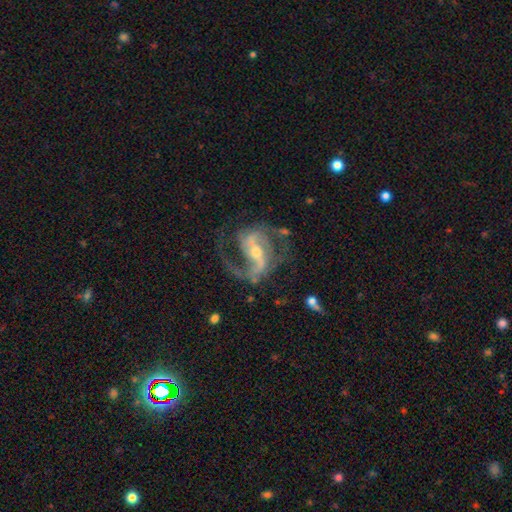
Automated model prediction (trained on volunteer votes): Smooth or featured?
  - featured or disk: 87% *
  - star or artifact: 8%
  - smooth: 5%
Edge-on disk?
  - no: 97% *
  - yes: 3%
Bar?
  - strong: 45% *
  - weak: 37%
  - no: 18%
Spiral arms?
  - yes: 96% *
  - no: 4%
Spiral winding?
  - medium: 52% *
  - loose: 33%
  - tight: 15%
Spiral arm count?
  - 2: 82% *
  - 1: 8%
  - can't tell: 4%
  - 3: 3%
  - 4: 1%
  - more than 4: 1%
Bulge size?
  - small: 56% *
  - moderate: 39%
  - large: 2%
  - none: 2%
  - dominant: 1%
Merging?
  - none: 63% *
  - major disturbance: 18%
  - minor disturbance: 16%
  - merger: 3%